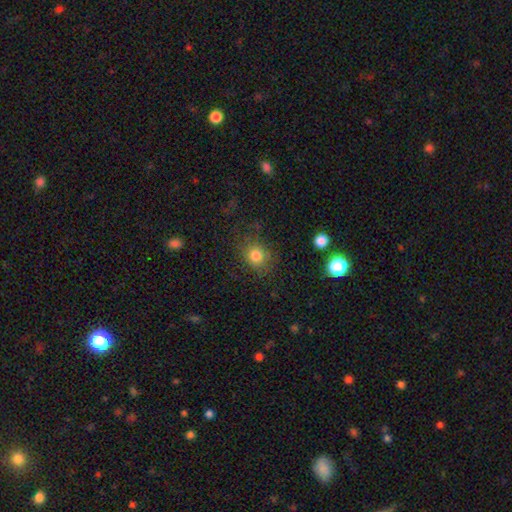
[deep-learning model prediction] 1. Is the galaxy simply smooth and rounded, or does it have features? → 80% smooth, 13% star or artifact, 7% featured or disk.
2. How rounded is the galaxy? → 77% round, 22% in between, 1% cigar-shaped.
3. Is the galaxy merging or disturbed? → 76% none, 15% minor disturbance, 7% major disturbance, 2% merger.